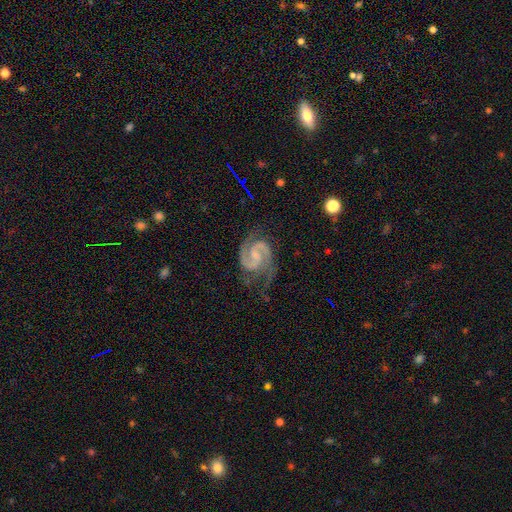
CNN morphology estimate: This appears to be a featured or disk galaxy (92%) with a weak bar (47%), 2 (93%) medium (59%) spiral arms (98%) and a small central bulge (40%). Merging: none (68%).